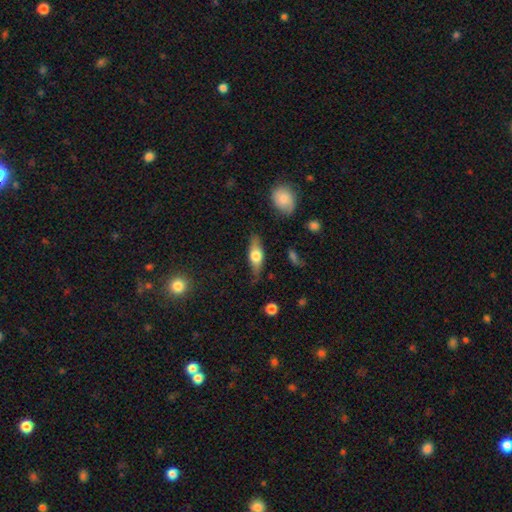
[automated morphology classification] smooth 54%, featured or disk 39%, star or artifact 7%. Down the decision tree: how rounded — in between (63%); merging — none (74%).